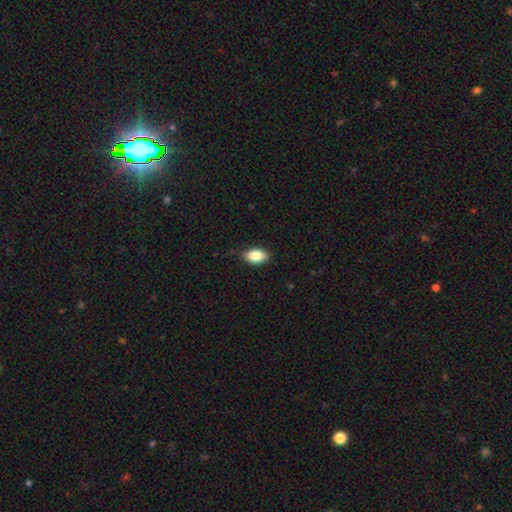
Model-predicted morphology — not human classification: Smooth or featured? Predicted: smooth (p=0.86). How rounded? Predicted: in between (p=0.90). Merging? Predicted: none (p=0.82).